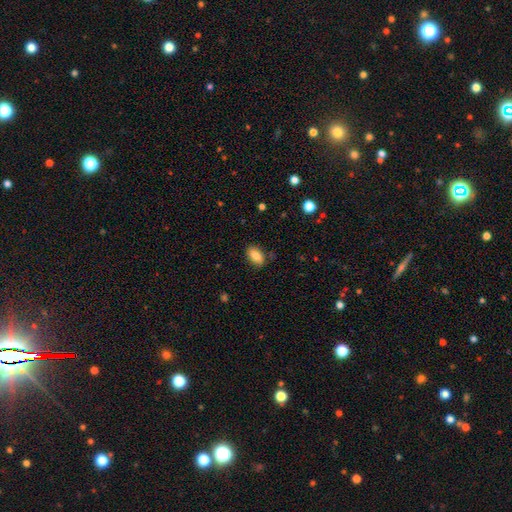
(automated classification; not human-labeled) smooth_or_featured: smooth (p=0.85) [alt: star or artifact p=0.08]
how_rounded: in between (p=0.90) [alt: round p=0.07]
merging: none (p=0.82) [alt: minor disturbance p=0.13]